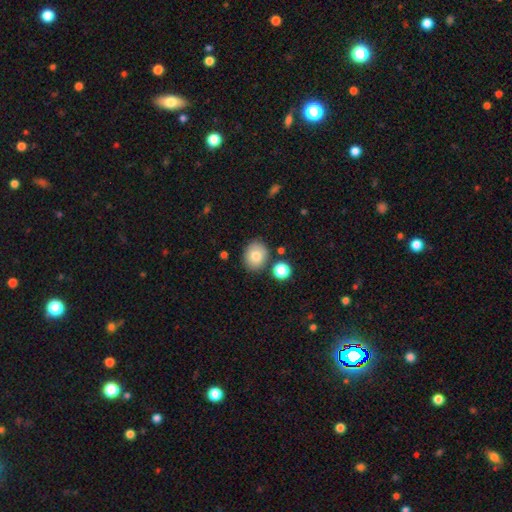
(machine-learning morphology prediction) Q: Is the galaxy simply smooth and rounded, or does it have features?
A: smooth — 80%.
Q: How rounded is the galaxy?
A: round — 62%.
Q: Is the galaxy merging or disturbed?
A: none — 81%.